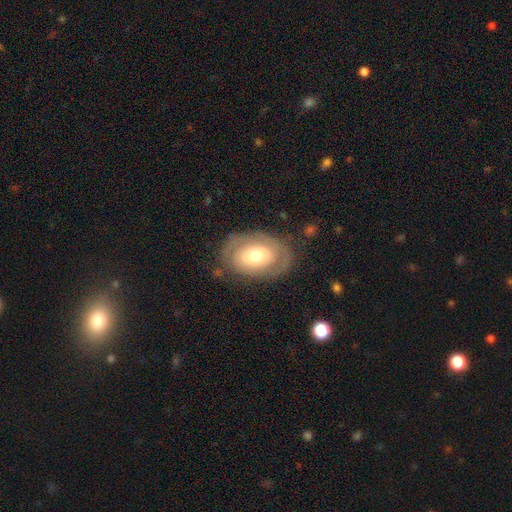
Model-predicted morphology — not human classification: smooth-or-featured: featured or disk: 54% | smooth: 40% | star or artifact: 6%
  disk-edge-on: no: 93% | yes: 7%
    bar: no: 67% | weak: 24% | strong: 9%
    has-spiral-arms: yes: 53% | no: 47%
    bulge-size: moderate: 61% | small: 22% | large: 14% | dominant: 2% | none: 1%
  merging: none: 75% | minor disturbance: 16% | major disturbance: 7% | merger: 2%